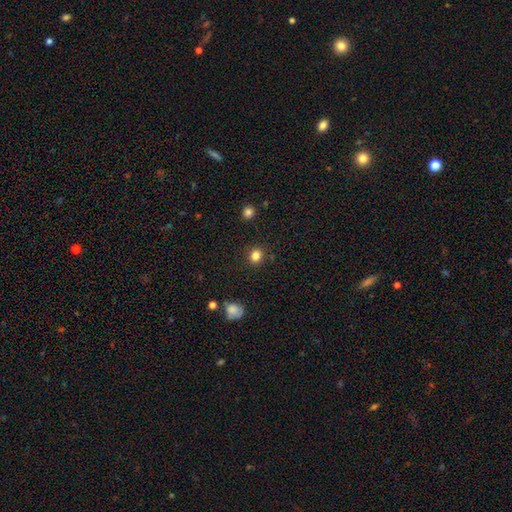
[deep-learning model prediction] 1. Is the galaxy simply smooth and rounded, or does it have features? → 83% smooth, 12% star or artifact, 5% featured or disk.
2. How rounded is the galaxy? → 79% round, 20% in between, 1% cigar-shaped.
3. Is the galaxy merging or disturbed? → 89% none, 7% minor disturbance, 2% major disturbance, 2% merger.